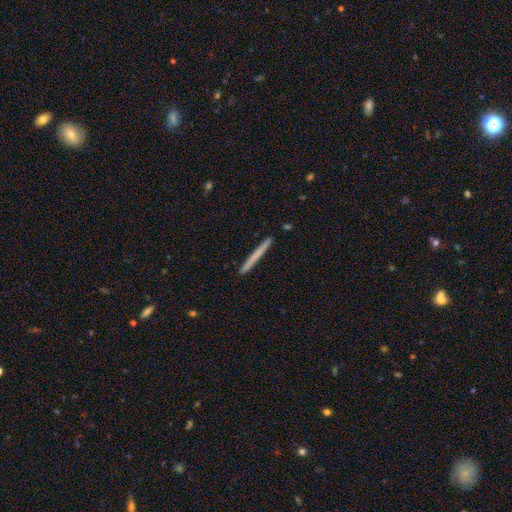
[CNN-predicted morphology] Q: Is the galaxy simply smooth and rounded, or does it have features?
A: smooth — 64%.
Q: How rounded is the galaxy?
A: cigar-shaped — 97%.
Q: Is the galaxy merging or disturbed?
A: none — 93%.